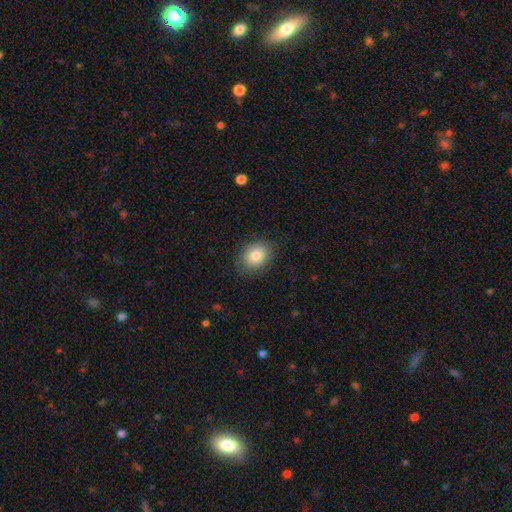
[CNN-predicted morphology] Smooth or featured? Predicted: smooth (p=0.84). How rounded? Predicted: in between (p=0.54). Merging? Predicted: none (p=0.84).